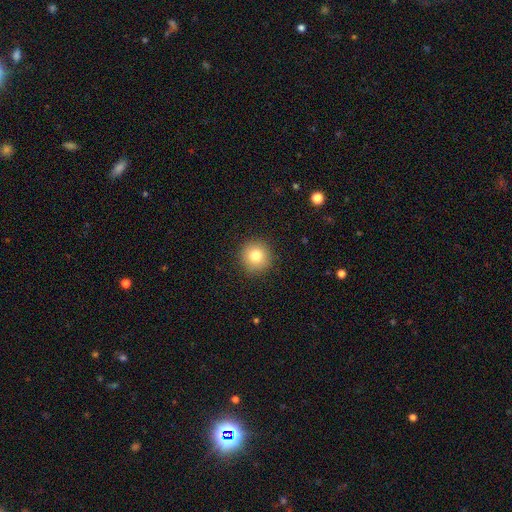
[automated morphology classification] This appears to be a smooth galaxy with no disk features (80%) that is round (95%). Merging: none (91%).